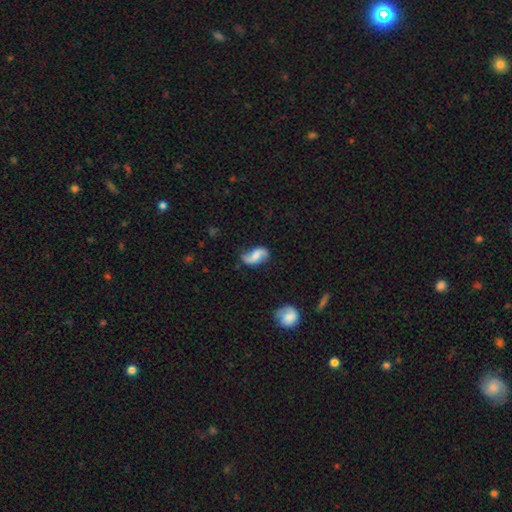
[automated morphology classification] A featured or disk galaxy (69%) with no bar (42%, tied with weak), 2 (90%) loose (73%) spiral arms (93%) and a moderate central bulge (34%).

Vote fractions:
- Smooth or featured? featured or disk: 69% / smooth: 24% / star or artifact: 7%
- Edge-on disk? no: 97% / yes: 3%
- Bar? no: 42% (tied) / weak: 42% (tied) / strong: 16%
- Spiral arms? yes: 93% / no: 7%
- Spiral winding? loose: 73% / medium: 21% / tight: 6%
- Spiral arm count? 2: 90% / 1: 4% / can't tell: 3% / 3: 1% / 4: 1% / more than 4: 1%
- Bulge size? moderate: 34% / small: 31% / none: 26% / large: 8% / dominant: 2%
- Merging? none: 67% / minor disturbance: 22% / major disturbance: 8% / merger: 3%